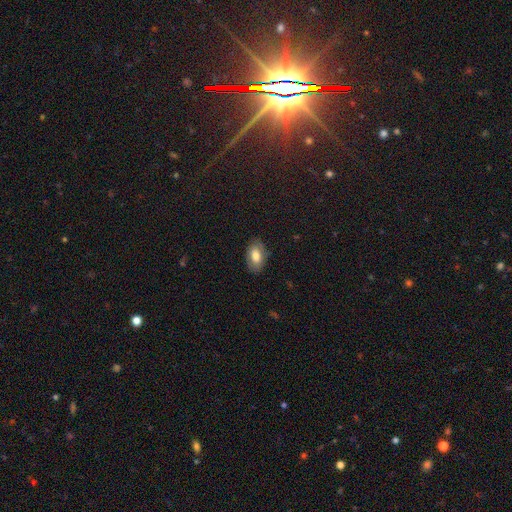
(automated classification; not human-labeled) smooth_or_featured: smooth (p=0.73) [alt: featured or disk p=0.20]
how_rounded: in between (p=0.92) [alt: round p=0.06]
merging: none (p=0.82) [alt: minor disturbance p=0.14]